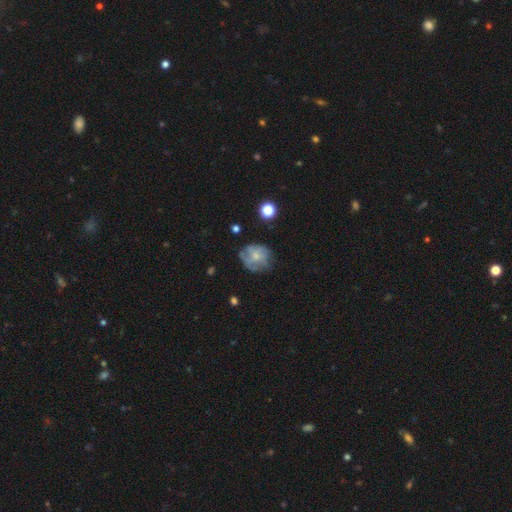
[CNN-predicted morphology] smooth_or_featured: featured or disk (p=0.46) [alt: smooth p=0.43]
merging: none (p=0.54) [alt: minor disturbance p=0.25]